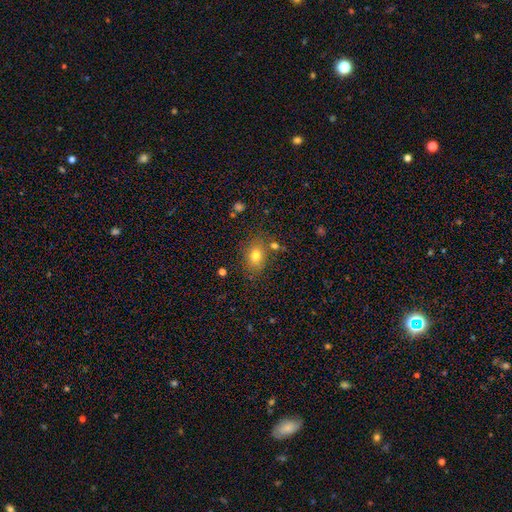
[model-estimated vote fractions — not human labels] A smooth galaxy with no disk features (76%) that is in between round and cigar-shaped (61%). Merging: none (77%).